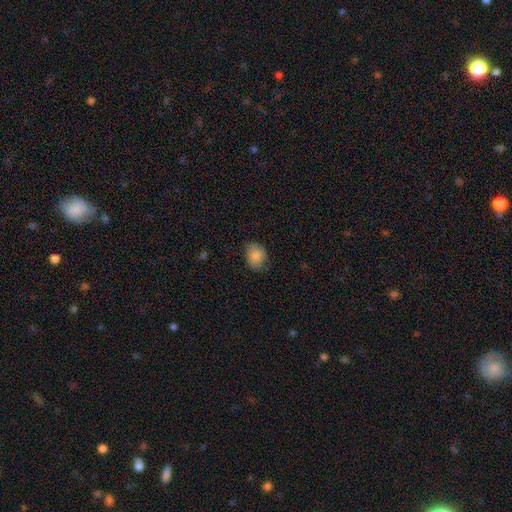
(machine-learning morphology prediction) A smooth galaxy with no disk features (85%) that is round (50%).

Vote fractions:
- Smooth or featured? smooth: 85% / star or artifact: 8% / featured or disk: 7%
- How rounded? round: 50% / in between: 49% / cigar-shaped: 1%
- Merging? none: 73% / minor disturbance: 21% / major disturbance: 4% / merger: 1%